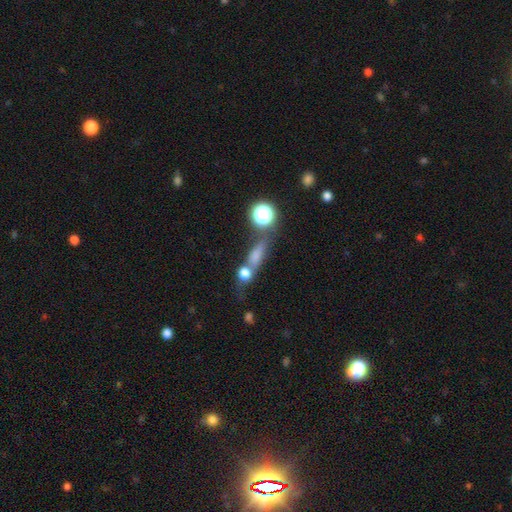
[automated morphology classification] This appears to be a smooth galaxy with no disk features (53%) that is cigar-shaped (40%). Merging: none (49%).